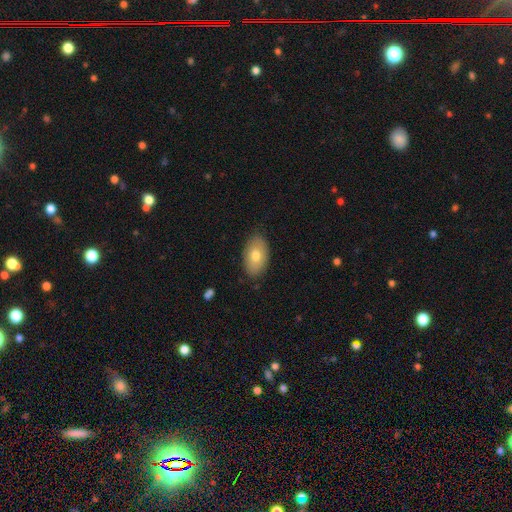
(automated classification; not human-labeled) smooth 74%, featured or disk 20%, star or artifact 7%. Down the decision tree: how rounded — in between (92%); merging — none (84%).